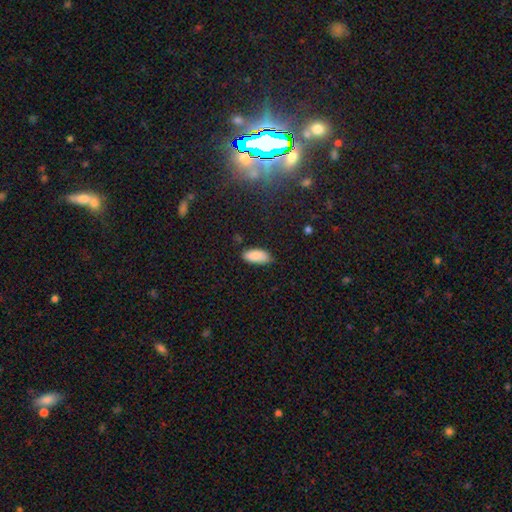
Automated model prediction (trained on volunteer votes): A smooth galaxy with no disk features (87%) that is in between round and cigar-shaped (90%). Merging: none (79%).